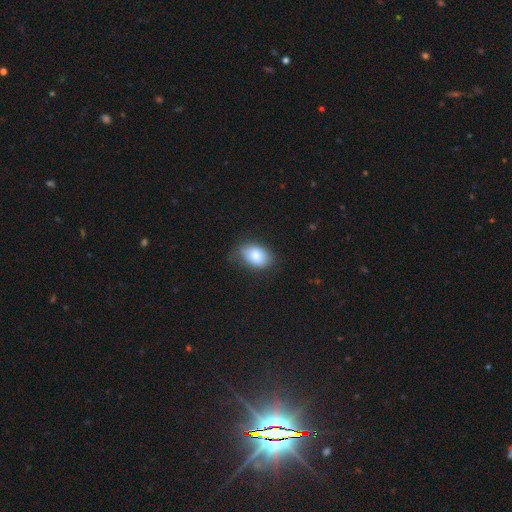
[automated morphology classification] Overall: smooth (84%). How rounded: in between (84%). Merging: none (72%).